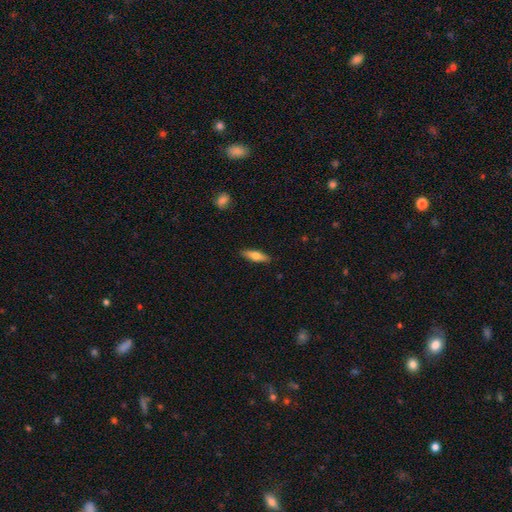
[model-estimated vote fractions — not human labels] smooth 63%, featured or disk 31%, star or artifact 6%. Down the decision tree: how rounded — cigar-shaped (62%); merging — none (89%).